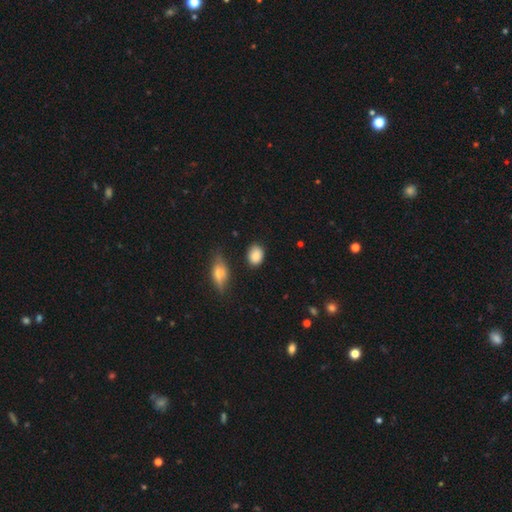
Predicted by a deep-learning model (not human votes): Q: Smooth or featured?
A: smooth (86%); runner-up: star or artifact (8%)
Q: How rounded?
A: in between (65%); runner-up: round (33%)
Q: Merging?
A: none (78%); runner-up: minor disturbance (15%)